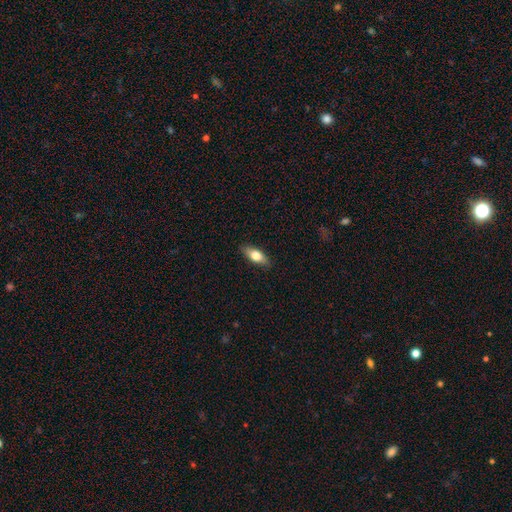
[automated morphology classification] Smooth or featured? smooth (70%)
How rounded? in between (76%)
Merging? none (87%)